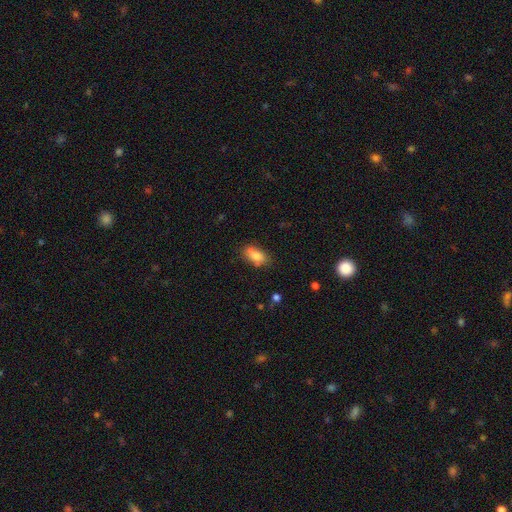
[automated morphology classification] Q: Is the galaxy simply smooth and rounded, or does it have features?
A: smooth — 84%.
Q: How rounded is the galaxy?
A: in between — 89%.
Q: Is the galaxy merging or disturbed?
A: none — 73%.